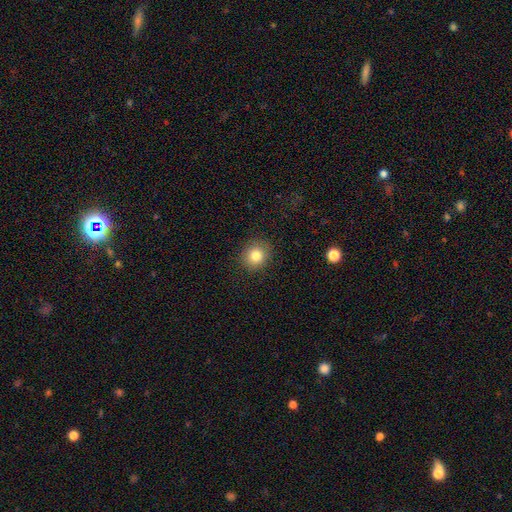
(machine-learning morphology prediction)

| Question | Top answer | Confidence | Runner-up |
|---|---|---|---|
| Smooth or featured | smooth | 82% | star or artifact (10%) |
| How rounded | round | 80% | in between (19%) |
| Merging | none | 89% | minor disturbance (8%) |